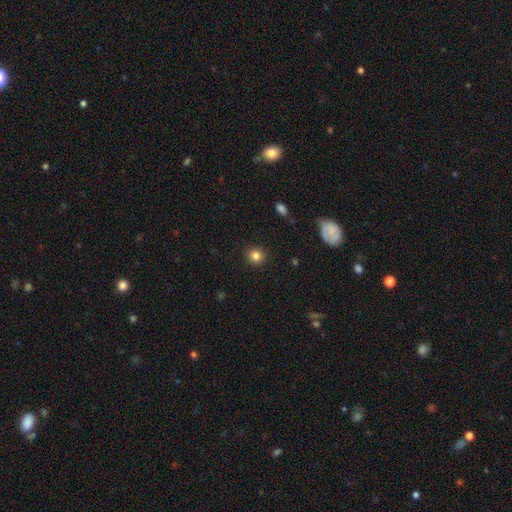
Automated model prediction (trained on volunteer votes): Q: Smooth or featured?
A: smooth (83%); runner-up: star or artifact (11%)
Q: How rounded?
A: round (92%); runner-up: in between (7%)
Q: Merging?
A: none (91%); runner-up: minor disturbance (6%)